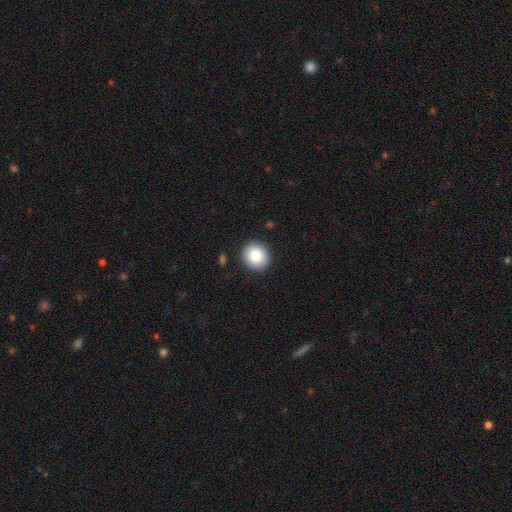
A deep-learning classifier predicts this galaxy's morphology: Smooth or featured? smooth (85%)
How rounded? round (84%)
Merging? none (90%)